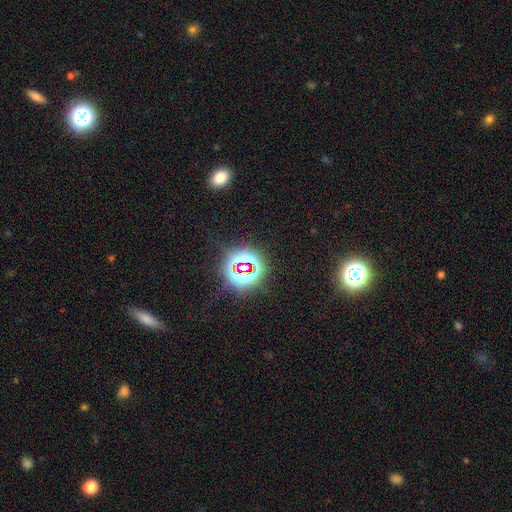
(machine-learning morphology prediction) A star or artifact, not a galaxy (76%).